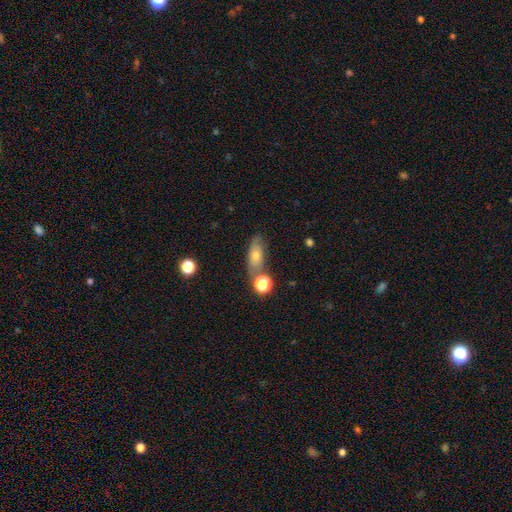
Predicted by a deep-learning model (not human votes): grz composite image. It shows a smooth galaxy with no disk features (60%) that is in between round and cigar-shaped (69%). Merging: none (66%).